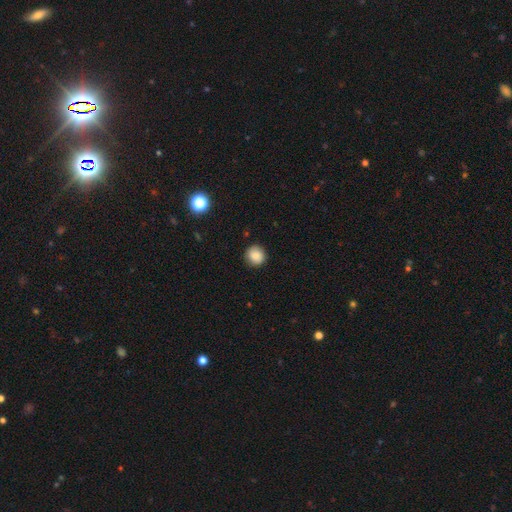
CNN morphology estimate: A smooth galaxy with no disk features (87%) that is round (91%). Merging: none (88%).